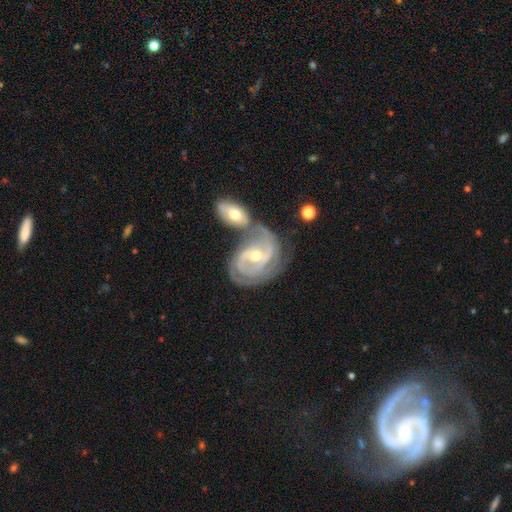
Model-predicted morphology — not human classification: Q: Smooth or featured?
A: featured or disk (89%); runner-up: smooth (6%)
Q: Edge-on disk?
A: no (96%); runner-up: yes (4%)
Q: Bar?
A: weak (46%); runner-up: strong (28%)
Q: Spiral arms?
A: yes (96%); runner-up: no (4%)
Q: Spiral winding?
A: tight (60%); runner-up: medium (33%)
Q: Spiral arm count?
A: 2 (49%); runner-up: 3 (22%)
Q: Bulge size?
A: moderate (59%); runner-up: small (38%)
Q: Merging?
A: merger (43%); runner-up: none (34%)